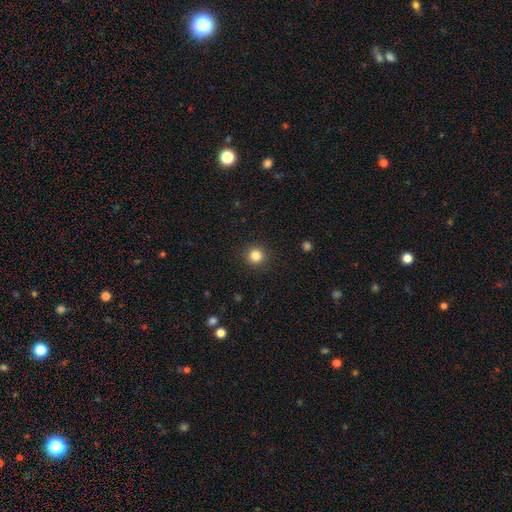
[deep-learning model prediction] This is clearly a smooth galaxy (84%). How rounded: clearly round (95%). Merging: clearly none (92%).